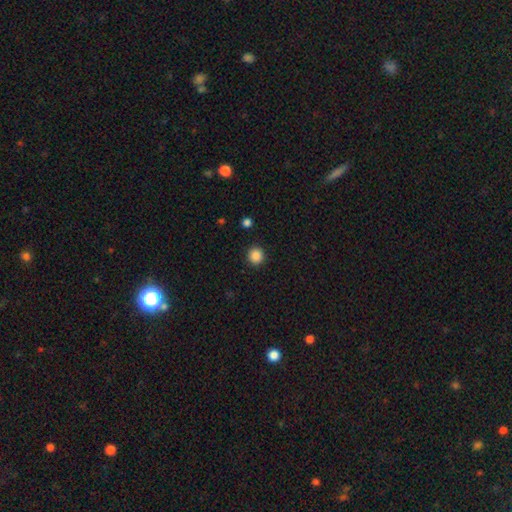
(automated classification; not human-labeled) This appears to be a smooth galaxy with no disk features (87%) that is round (94%). Merging: none (92%).